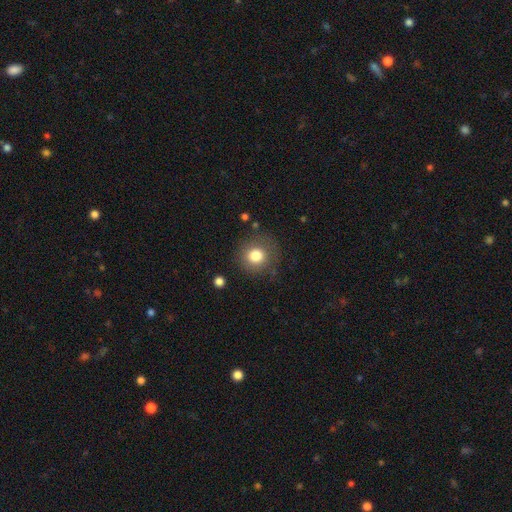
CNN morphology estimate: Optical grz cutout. It shows a smooth galaxy with no disk features (80%) that is round (92%). Merging: none (82%).